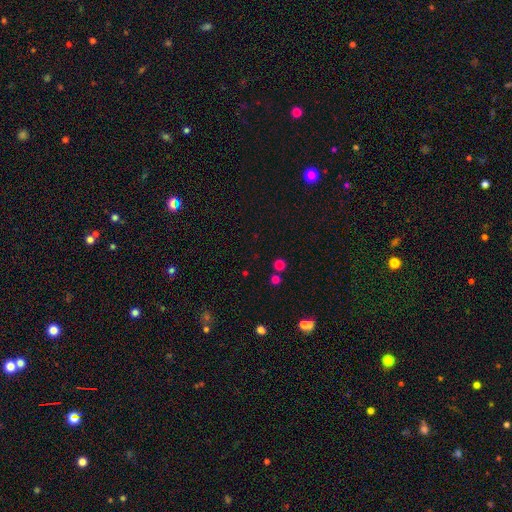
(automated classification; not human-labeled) The model was most divided on "smooth or featured": smooth: 61%, star or artifact: 34%, featured or disk: 6%. More confident: how rounded — round (91%); merging — none (78%).